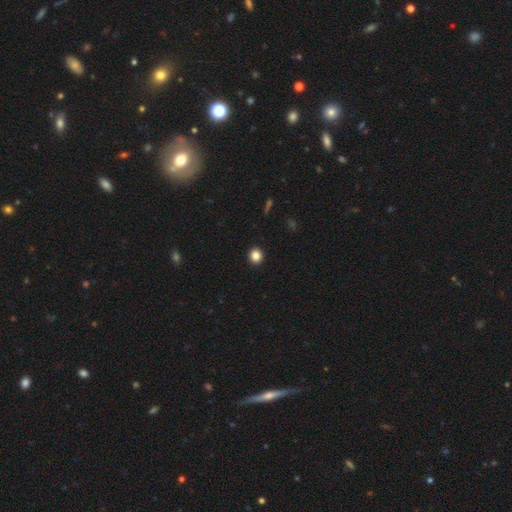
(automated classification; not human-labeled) Smooth or featured: smooth — 85% (star or artifact — 11%)
How rounded: round — 88% (in between — 11%)
Merging: none — 93% (minor disturbance — 4%)